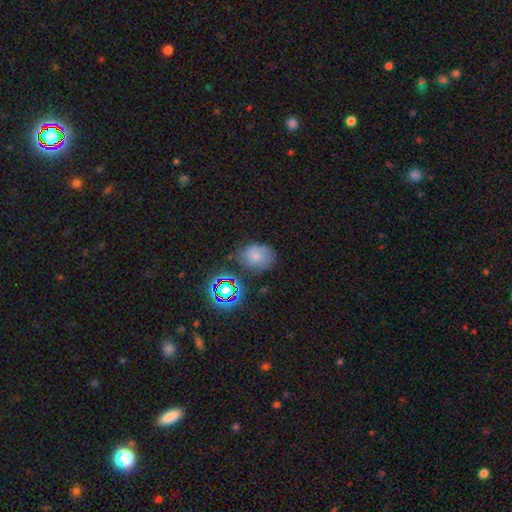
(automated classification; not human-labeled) smooth_or_featured: smooth (p=0.64) [alt: star or artifact p=0.19]
how_rounded: in between (p=0.57) [alt: round p=0.42]
merging: none (p=0.62) [alt: minor disturbance p=0.25]